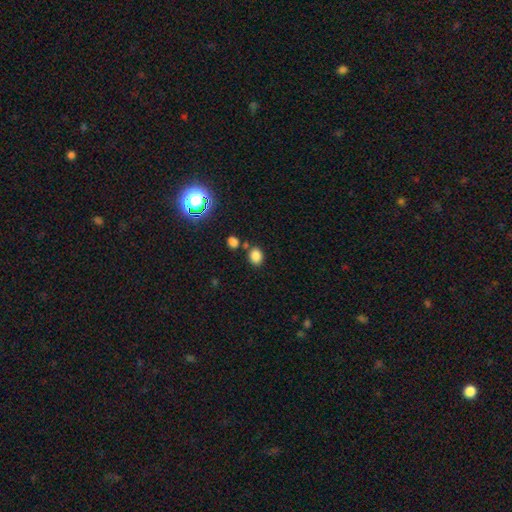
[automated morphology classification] The model was most divided on "how rounded": in between: 52%, round: 47%, cigar-shaped: 1%. More confident: smooth or featured — smooth (82%); merging — none (74%).